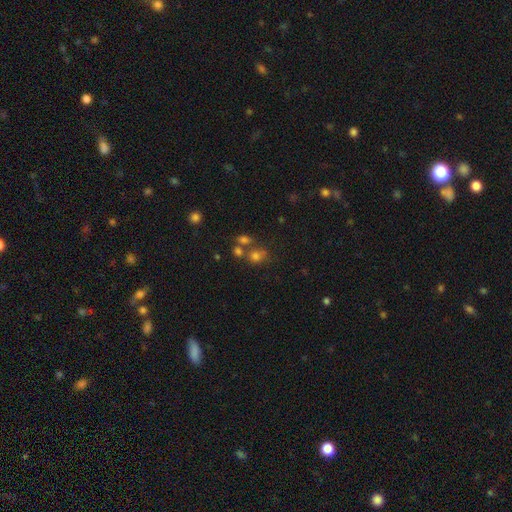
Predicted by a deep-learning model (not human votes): A smooth galaxy with no disk features (67%) that is round (63%).

Vote fractions:
- Smooth or featured? smooth: 67% / star or artifact: 21% / featured or disk: 12%
- How rounded? round: 63% / in between: 36% / cigar-shaped: 1%
- Merging? none: 48% / merger: 33% / minor disturbance: 12% / major disturbance: 7%